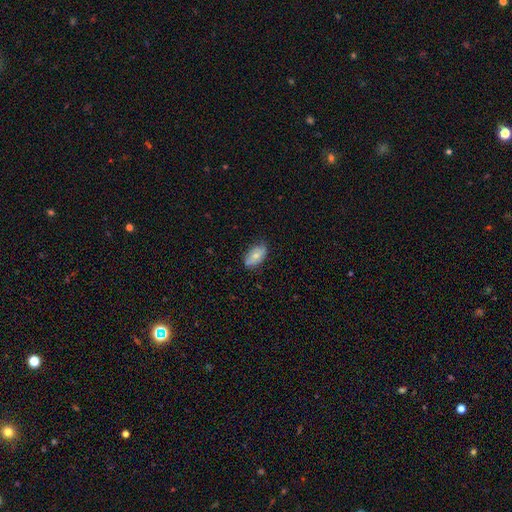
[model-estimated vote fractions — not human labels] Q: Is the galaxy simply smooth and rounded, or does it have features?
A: smooth — 73%.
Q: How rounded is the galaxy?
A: in between — 93%.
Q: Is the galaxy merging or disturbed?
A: none — 71%.